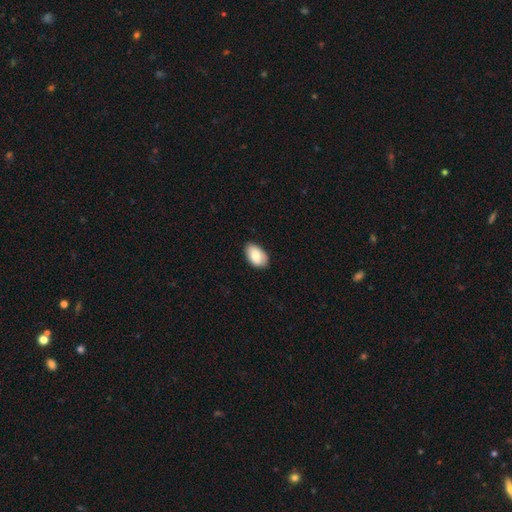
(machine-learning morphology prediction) Smooth or featured? Predicted: smooth (p=0.81). How rounded? Predicted: in between (p=0.92). Merging? Predicted: none (p=0.84).